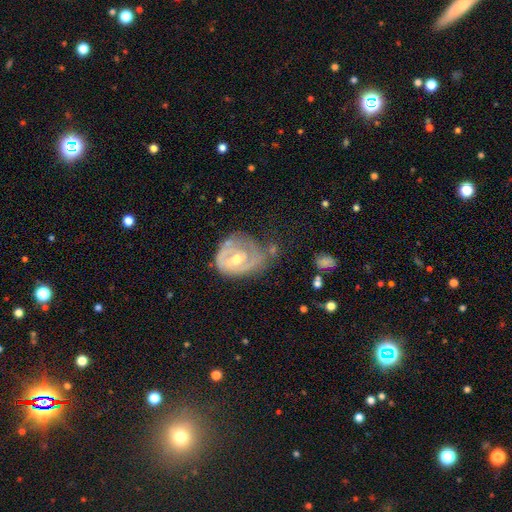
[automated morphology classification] Smooth or featured: featured or disk — 71% (smooth — 21%)
Edge-on disk: no — 96% (yes — 4%)
Bar: weak — 43% (no — 40%)
Spiral arms: yes — 62% (no — 38%)
Bulge size: moderate — 68% (small — 26%)
Merging: none — 35% (minor disturbance — 29%)